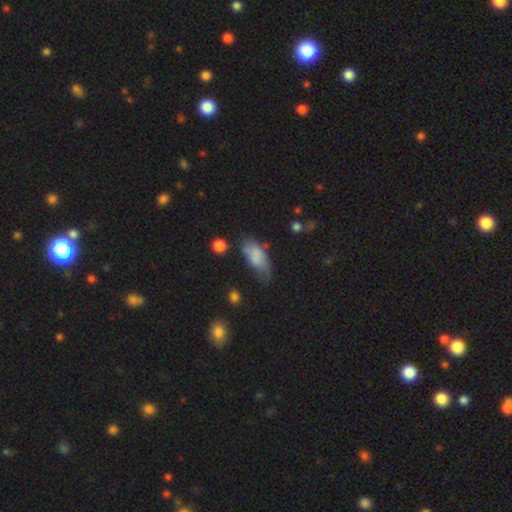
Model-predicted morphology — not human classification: smooth-or-featured: smooth: 74% | featured or disk: 17% | star or artifact: 8%
  how-rounded: in between: 86% | cigar-shaped: 11% | round: 3%
  merging: none: 41% | minor disturbance: 36% | major disturbance: 17% | merger: 6%